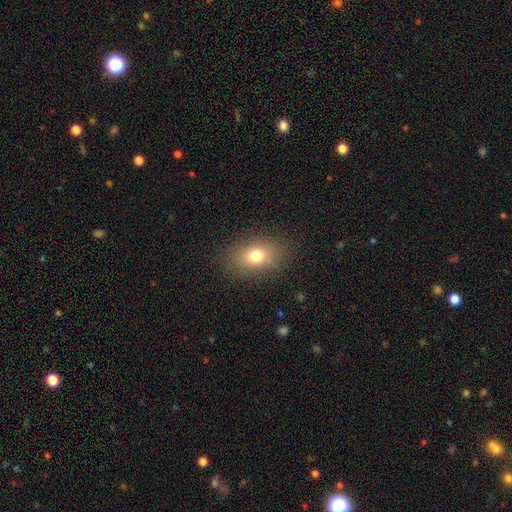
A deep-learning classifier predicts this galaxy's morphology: smooth_or_featured: smooth (p=0.75) [alt: star or artifact p=0.12]
how_rounded: in between (p=0.74) [alt: round p=0.24]
merging: none (p=0.84) [alt: minor disturbance p=0.10]